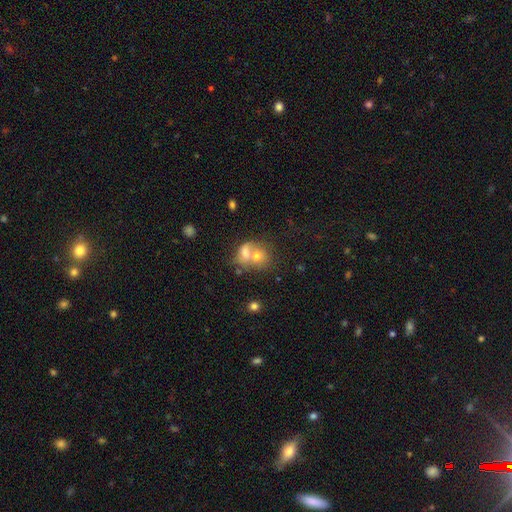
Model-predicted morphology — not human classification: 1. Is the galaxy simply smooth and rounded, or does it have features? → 66% smooth, 23% featured or disk, 11% star or artifact.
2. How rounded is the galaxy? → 55% round, 43% in between, 1% cigar-shaped.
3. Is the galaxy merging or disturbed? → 67% merger, 21% none, 7% minor disturbance, 5% major disturbance.